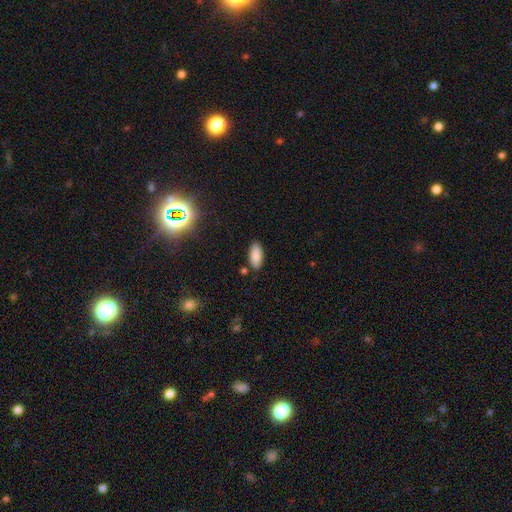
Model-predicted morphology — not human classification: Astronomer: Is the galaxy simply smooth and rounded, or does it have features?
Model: smooth — 86%.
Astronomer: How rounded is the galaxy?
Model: in between — 87%.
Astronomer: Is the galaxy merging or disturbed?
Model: none — 85%.